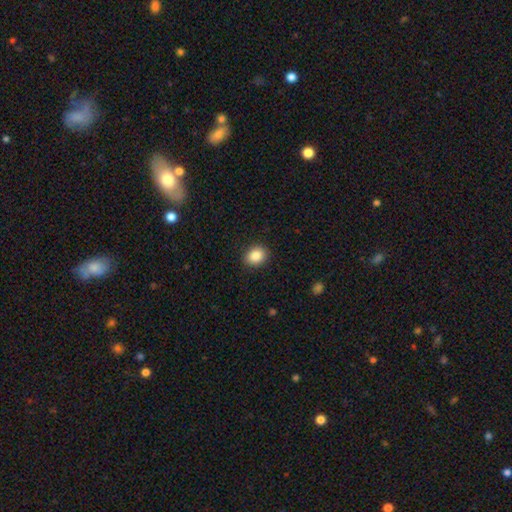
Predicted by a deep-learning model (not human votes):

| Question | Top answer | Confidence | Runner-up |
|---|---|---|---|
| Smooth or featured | smooth | 87% | star or artifact (8%) |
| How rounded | round | 52% | in between (47%) |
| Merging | none | 90% | minor disturbance (7%) |